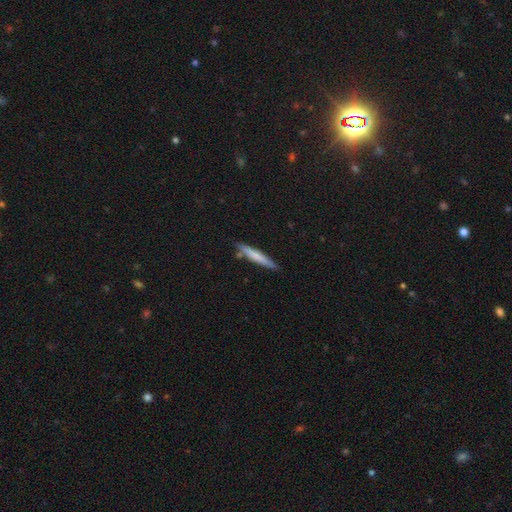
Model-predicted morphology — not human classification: This appears to be a smooth galaxy with no disk features (67%) that is cigar-shaped (94%). Merging: none (82%).